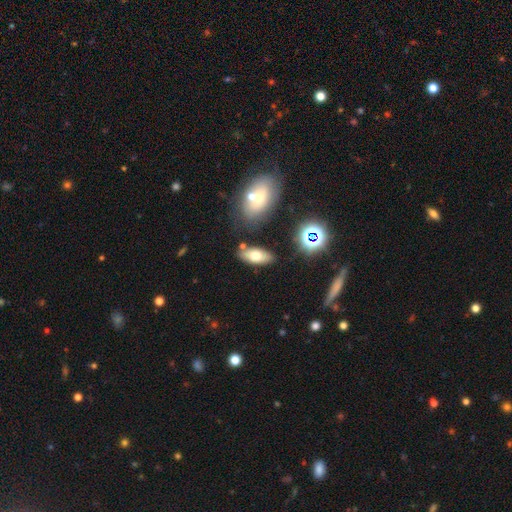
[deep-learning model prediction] Morphology: type=smooth (69%); roundness=in between (85%); merging=none (79%).